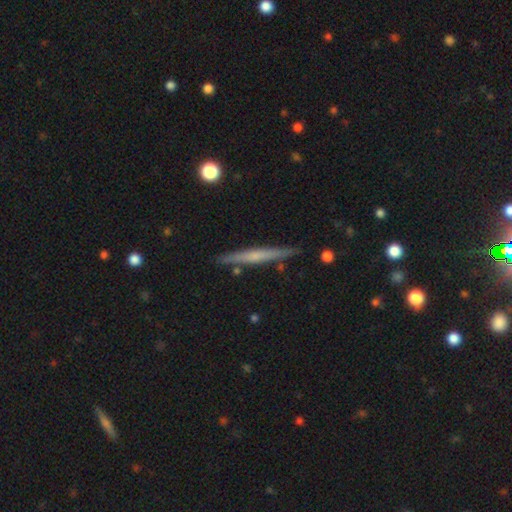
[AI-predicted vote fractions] Smooth or featured? Predicted: featured or disk (p=0.54). Edge-on disk? Predicted: yes (p=0.97). Edge-on bulge? Predicted: none (p=0.57). Merging? Predicted: none (p=0.88).